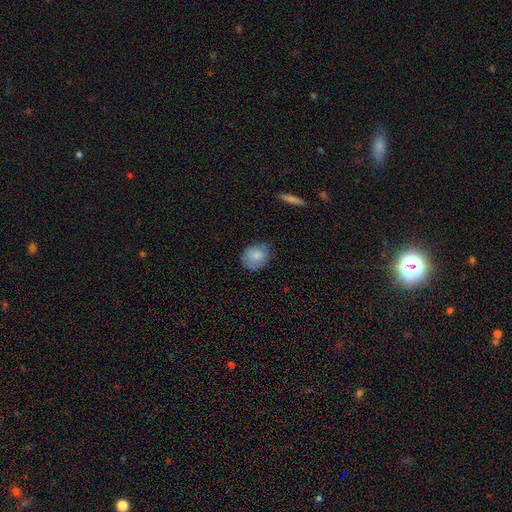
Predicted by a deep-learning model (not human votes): smooth_or_featured: smooth (p=0.85) [alt: featured or disk p=0.07]
how_rounded: round (p=0.64) [alt: in between p=0.35]
merging: none (p=0.78) [alt: minor disturbance p=0.18]